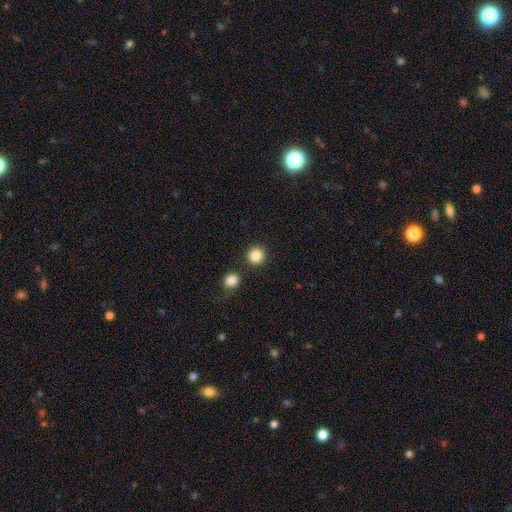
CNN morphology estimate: Smooth or featured? smooth (85%)
How rounded? round (92%)
Merging? none (84%)